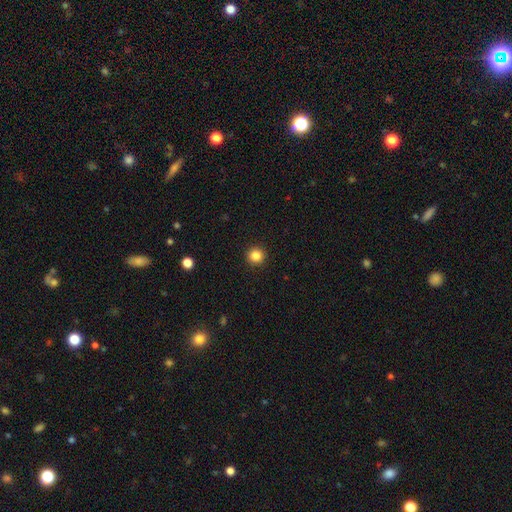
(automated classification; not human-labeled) Smooth or featured? smooth (85%)
How rounded? round (94%)
Merging? none (93%)